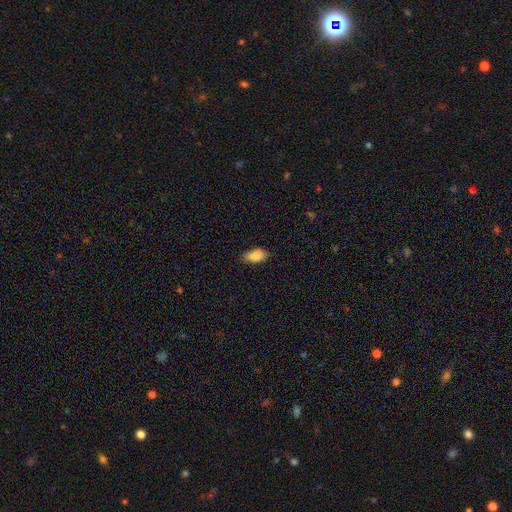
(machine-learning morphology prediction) A smooth galaxy with no disk features (84%) that is in between round and cigar-shaped (90%).

Vote fractions:
- Smooth or featured? smooth: 84% / star or artifact: 8% / featured or disk: 8%
- How rounded? in between: 90% / cigar-shaped: 5% / round: 4%
- Merging? none: 68% / minor disturbance: 23% / major disturbance: 5% / merger: 4%